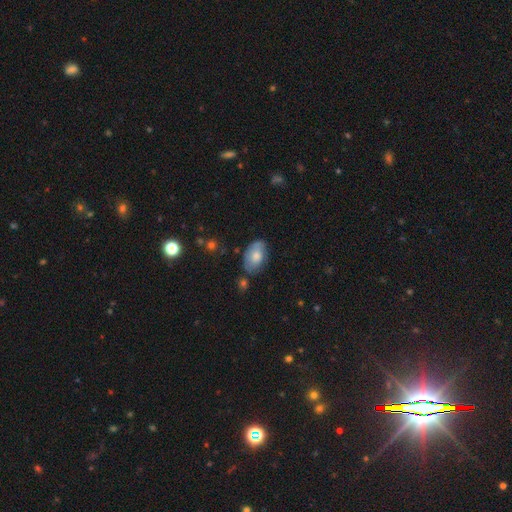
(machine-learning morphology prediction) Smooth or featured?
  - smooth: 70% *
  - featured or disk: 23%
  - star or artifact: 7%
How rounded?
  - in between: 91% *
  - round: 7%
  - cigar-shaped: 1%
Merging?
  - none: 65% *
  - minor disturbance: 25%
  - major disturbance: 6%
  - merger: 5%